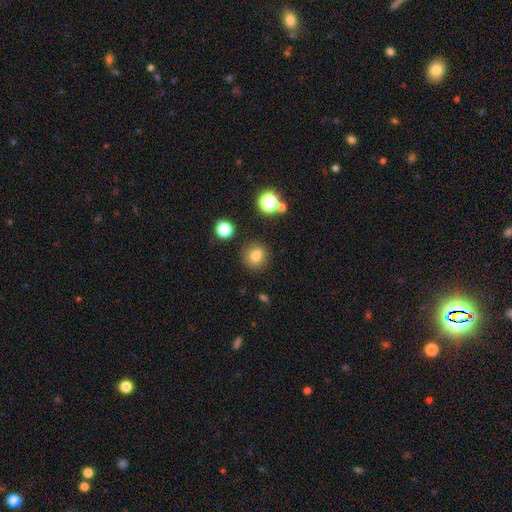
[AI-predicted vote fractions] Smooth or featured?
  - smooth: 78% *
  - star or artifact: 14%
  - featured or disk: 8%
How rounded?
  - round: 89% *
  - in between: 10%
  - cigar-shaped: 1%
Merging?
  - none: 84% *
  - minor disturbance: 9%
  - merger: 4%
  - major disturbance: 3%